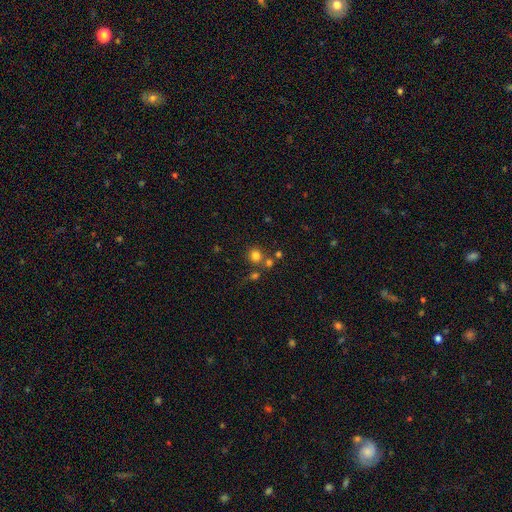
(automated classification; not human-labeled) A smooth galaxy with no disk features (76%) that is round (87%).

Vote fractions:
- Smooth or featured? smooth: 76% / star or artifact: 17% / featured or disk: 7%
- How rounded? round: 87% / in between: 12% / cigar-shaped: 1%
- Merging? none: 69% / merger: 19% / minor disturbance: 8% / major disturbance: 4%